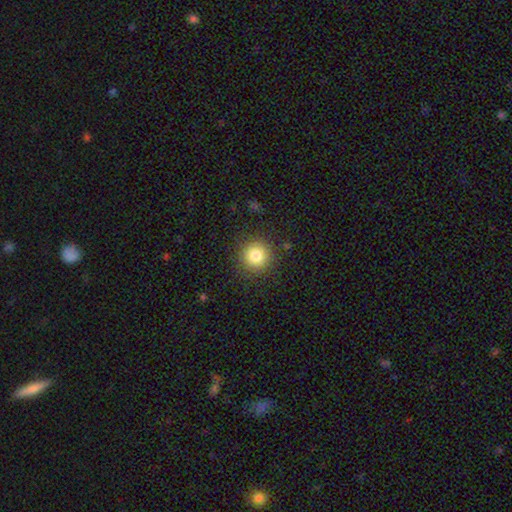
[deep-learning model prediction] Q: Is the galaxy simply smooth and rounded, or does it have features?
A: smooth — 83%.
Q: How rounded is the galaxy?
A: round — 93%.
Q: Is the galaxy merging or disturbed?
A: none — 87%.